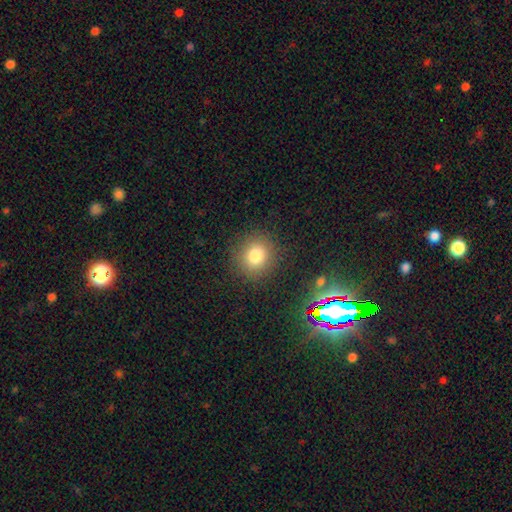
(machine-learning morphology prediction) Q: Smooth or featured?
A: smooth (80%); runner-up: star or artifact (13%)
Q: How rounded?
A: round (84%); runner-up: in between (15%)
Q: Merging?
A: none (87%); runner-up: minor disturbance (8%)